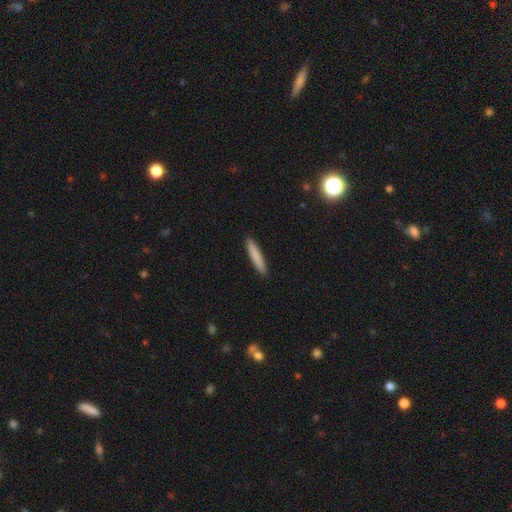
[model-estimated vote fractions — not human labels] Smooth or featured? smooth (83%)
How rounded? cigar-shaped (93%)
Merging? none (92%)